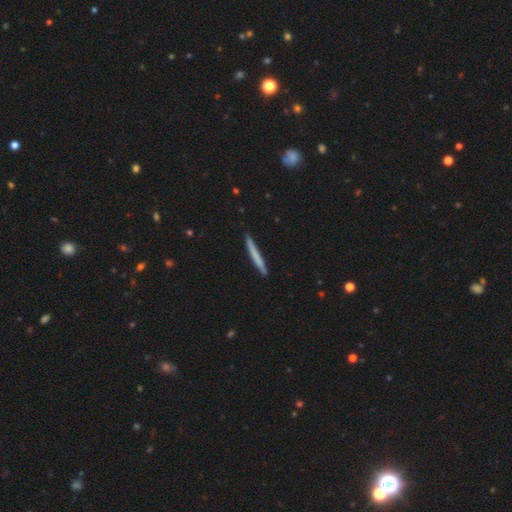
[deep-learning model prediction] The model was most divided on "smooth or featured": smooth: 66%, featured or disk: 29%, star or artifact: 5%. More confident: how rounded — cigar-shaped (97%); merging — none (90%).